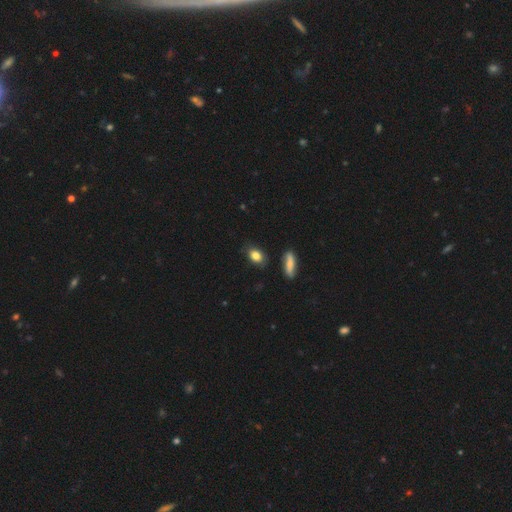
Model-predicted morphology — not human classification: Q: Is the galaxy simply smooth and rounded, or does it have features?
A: smooth — 81%.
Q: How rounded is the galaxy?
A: in between — 74%.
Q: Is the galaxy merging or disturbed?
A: none — 76%.